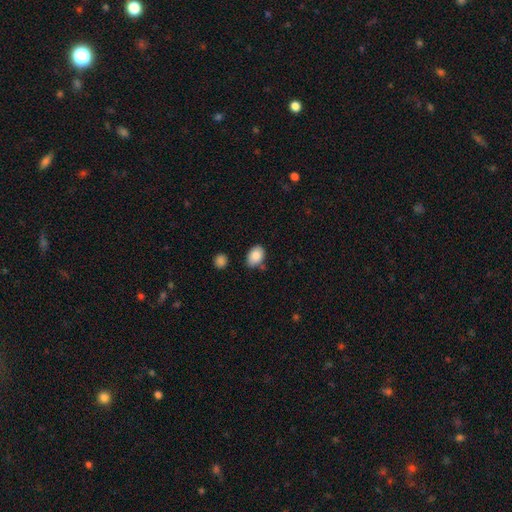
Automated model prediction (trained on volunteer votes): This is clearly a smooth galaxy (87%). How rounded: clearly in between (81%). Merging: likely none (70%).